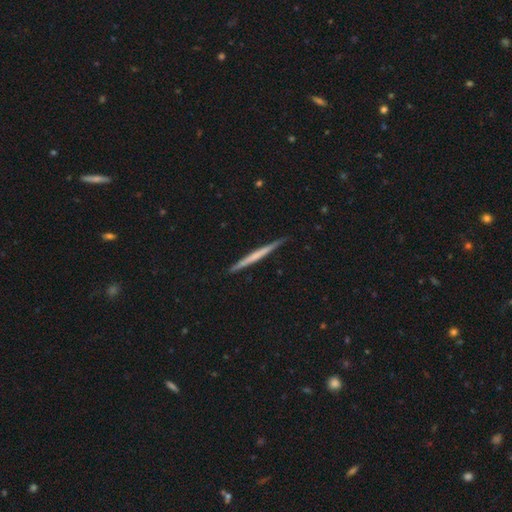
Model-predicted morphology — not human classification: Smooth or featured? featured or disk (56%)
Edge-on disk? yes (98%)
Edge-on bulge? none (80%)
Merging? none (91%)